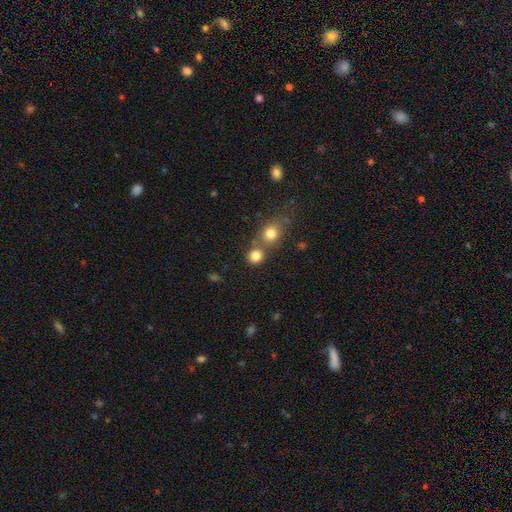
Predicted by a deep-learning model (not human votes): Smooth or featured: smooth — 82% (star or artifact — 12%)
How rounded: round — 84% (in between — 15%)
Merging: none — 56% (merger — 33%)